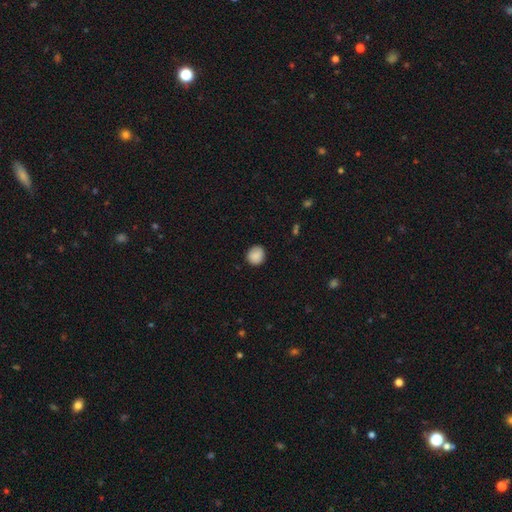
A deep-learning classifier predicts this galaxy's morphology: type=smooth (88%); roundness=round (82%); merging=none (85%).